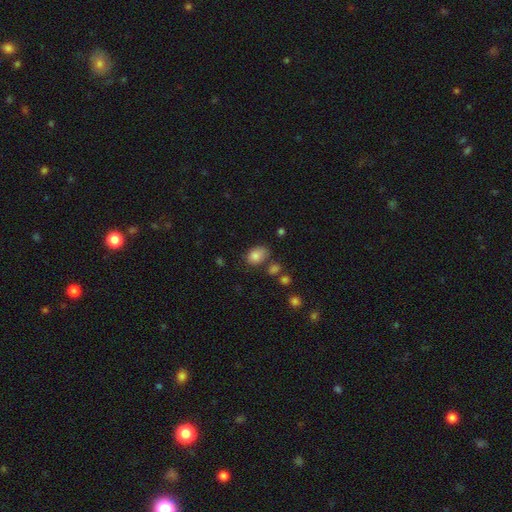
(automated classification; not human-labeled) smooth_or_featured: smooth (p=0.83) [alt: star or artifact p=0.09]
how_rounded: in between (p=0.78) [alt: round p=0.21]
merging: none (p=0.60) [alt: minor disturbance p=0.25]